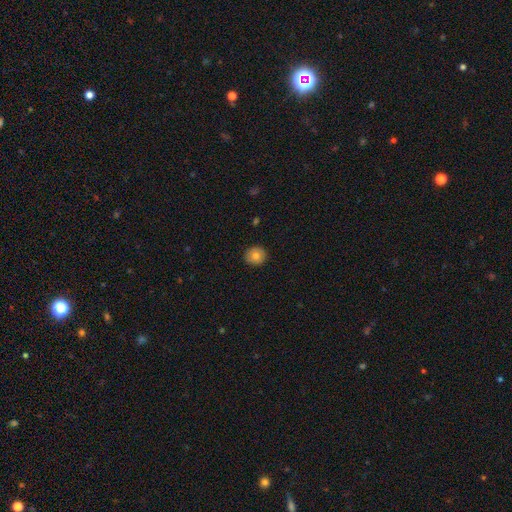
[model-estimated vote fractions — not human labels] smooth 77%, featured or disk 14%, star or artifact 9%. Down the decision tree: how rounded — round (91%); merging — none (91%).